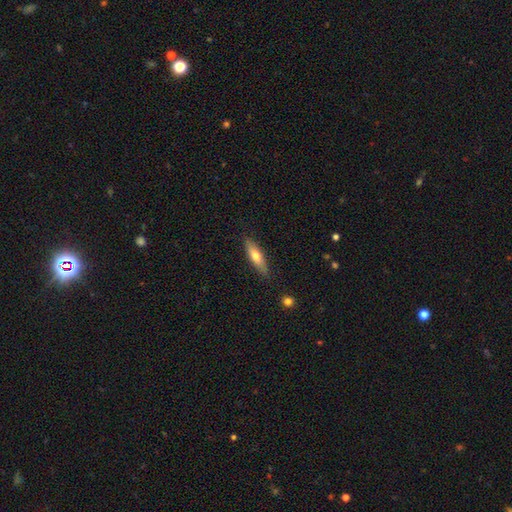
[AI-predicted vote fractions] Overall: smooth (61%; featured or disk 33%). How rounded: cigar-shaped (64%; in between 34%). Merging: none (84%).